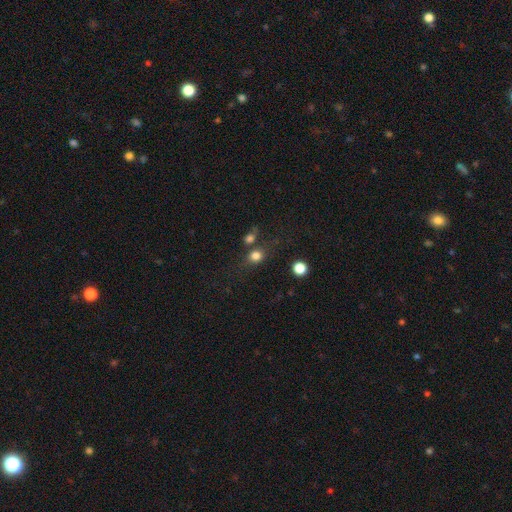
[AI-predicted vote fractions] Smooth or featured? smooth (78%)
How rounded? round (65%)
Merging? none (57%)